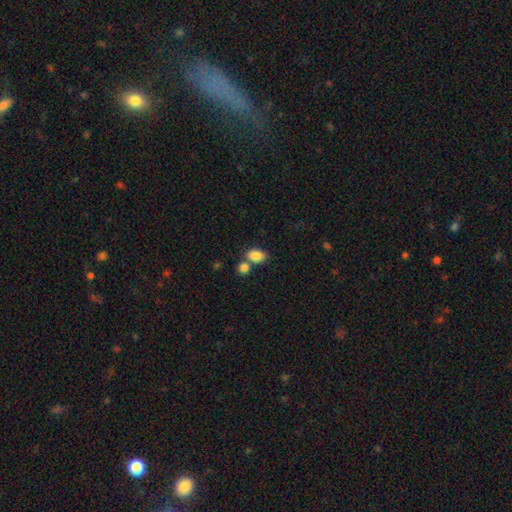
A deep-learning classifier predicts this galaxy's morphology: A smooth galaxy with no disk features (86%) that is in between round and cigar-shaped (80%). Merging: none (52%).